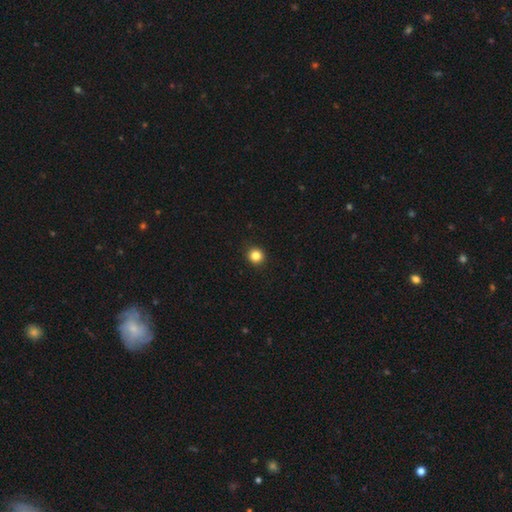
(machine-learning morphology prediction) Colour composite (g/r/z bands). It shows a smooth galaxy with no disk features (85%) that is round (93%). Merging: none (93%).